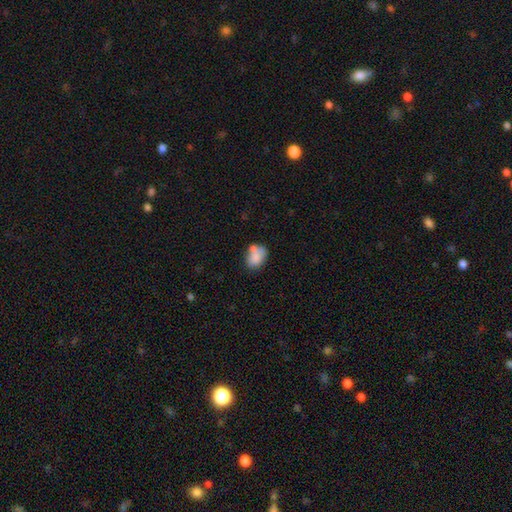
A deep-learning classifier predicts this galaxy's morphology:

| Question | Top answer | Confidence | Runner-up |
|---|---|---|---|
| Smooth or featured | smooth | 78% | featured or disk (13%) |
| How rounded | in between | 65% | round (34%) |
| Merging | none | 45% | merger (31%) |